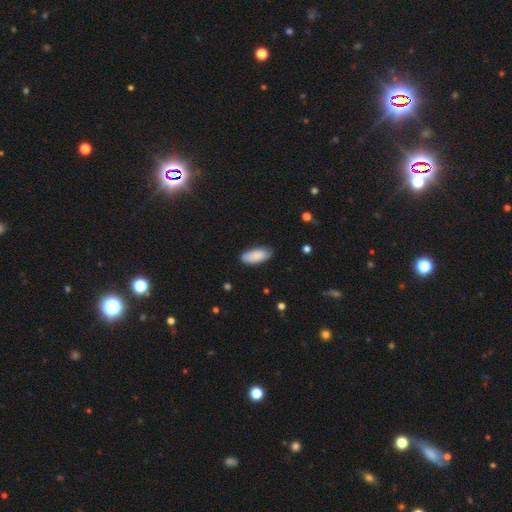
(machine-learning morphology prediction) Smooth or featured?
  - smooth: 87% *
  - featured or disk: 7%
  - star or artifact: 6%
How rounded?
  - in between: 87% *
  - cigar-shaped: 11%
  - round: 2%
Merging?
  - none: 82% *
  - minor disturbance: 15%
  - major disturbance: 2%
  - merger: 1%